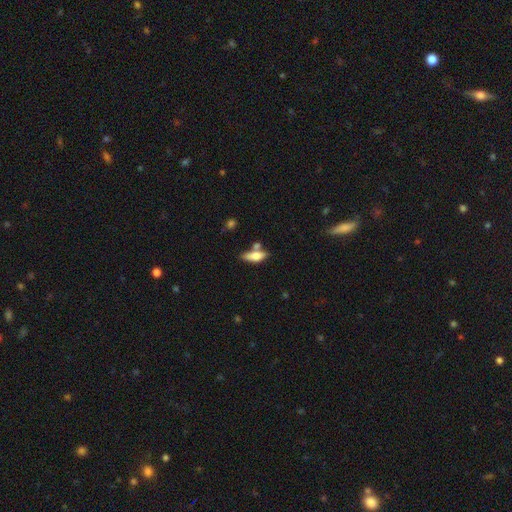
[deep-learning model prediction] smooth-or-featured: smooth: 63% | featured or disk: 30% | star or artifact: 7%
  how-rounded: in between: 66% | cigar-shaped: 31% | round: 3%
  merging: none: 55% | merger: 22% | minor disturbance: 18% | major disturbance: 6%